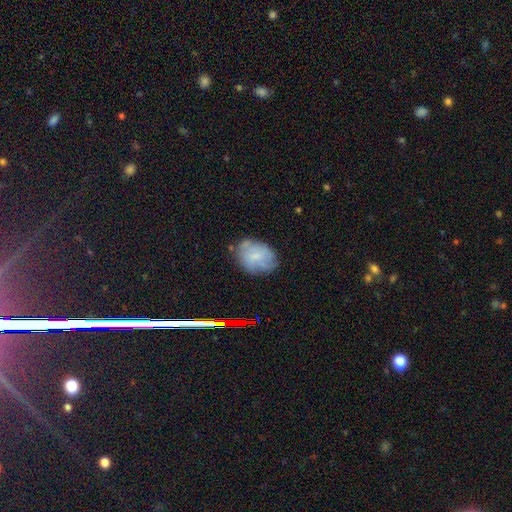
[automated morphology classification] smooth-or-featured: smooth: 58% | featured or disk: 32% | star or artifact: 10%
  how-rounded: in between: 72% | round: 27% | cigar-shaped: 1%
  merging: none: 67% | minor disturbance: 24% | major disturbance: 7% | merger: 2%